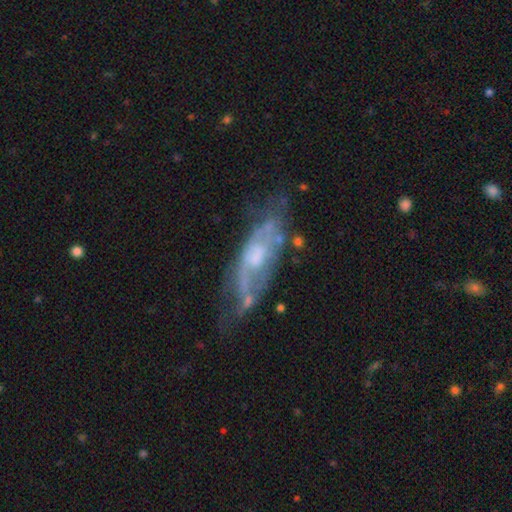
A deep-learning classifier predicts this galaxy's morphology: type=featured or disk (71%); edge-on=no (79%); bar=no (67%); spiral arms=yes (57%); bulge=moderate (42%); merging=none (45%).